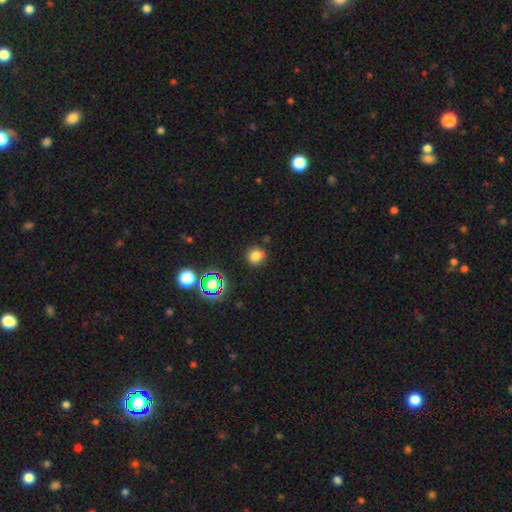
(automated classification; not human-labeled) smooth 75%, star or artifact 19%, featured or disk 6%. Down the decision tree: how rounded — round (79%); merging — none (84%).